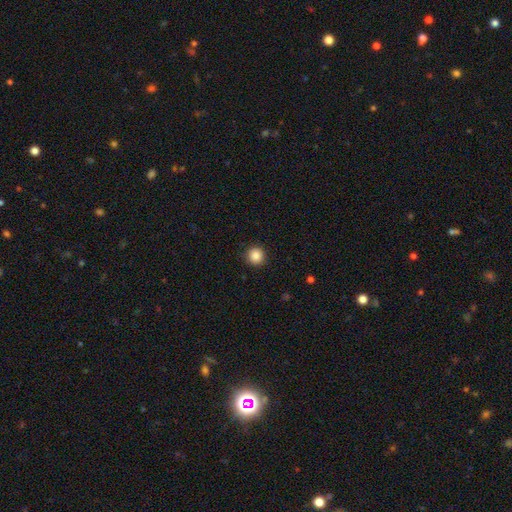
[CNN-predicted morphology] smooth 87%, star or artifact 10%, featured or disk 3%. Down the decision tree: how rounded — round (94%); merging — none (91%).